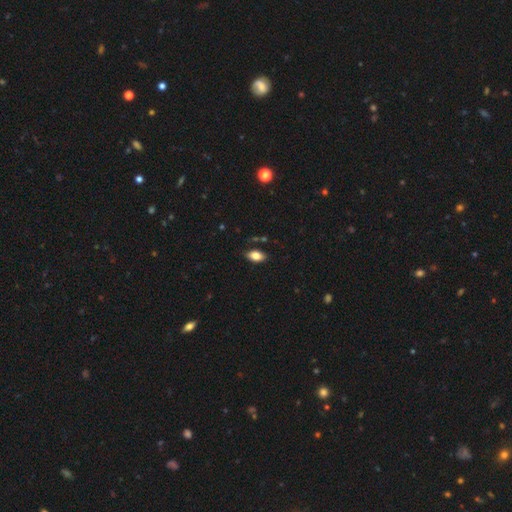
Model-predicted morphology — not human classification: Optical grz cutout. It shows a smooth galaxy with no disk features (83%) that is in between round and cigar-shaped (92%). Merging: none (84%).